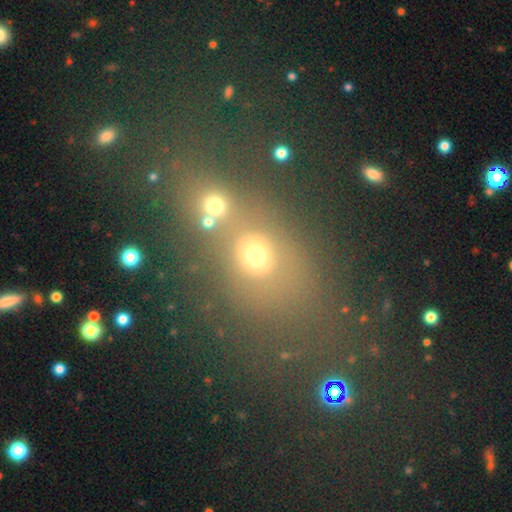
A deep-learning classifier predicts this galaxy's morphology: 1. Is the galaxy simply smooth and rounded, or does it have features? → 55% smooth, 31% star or artifact, 15% featured or disk.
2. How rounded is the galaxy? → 50% round, 47% in between, 3% cigar-shaped.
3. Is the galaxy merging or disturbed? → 46% none, 35% merger, 11% minor disturbance, 8% major disturbance.